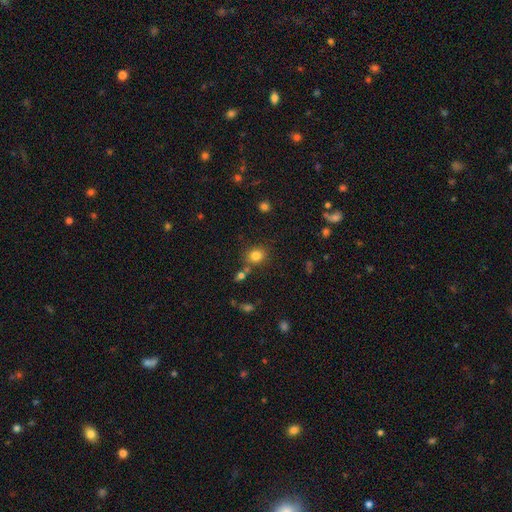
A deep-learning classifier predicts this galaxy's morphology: Smooth or featured?
  - smooth: 81% *
  - star or artifact: 13%
  - featured or disk: 7%
How rounded?
  - round: 66% *
  - in between: 33%
  - cigar-shaped: 1%
Merging?
  - none: 75% *
  - minor disturbance: 11%
  - merger: 10%
  - major disturbance: 4%